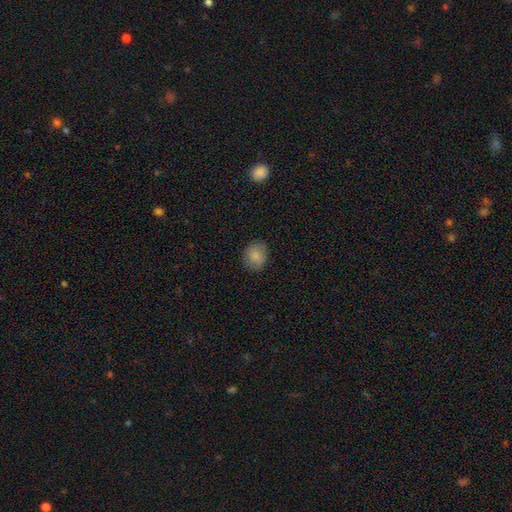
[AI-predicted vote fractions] This is clearly a smooth galaxy (84%). How rounded: possibly round (59%). Merging: clearly none (83%).